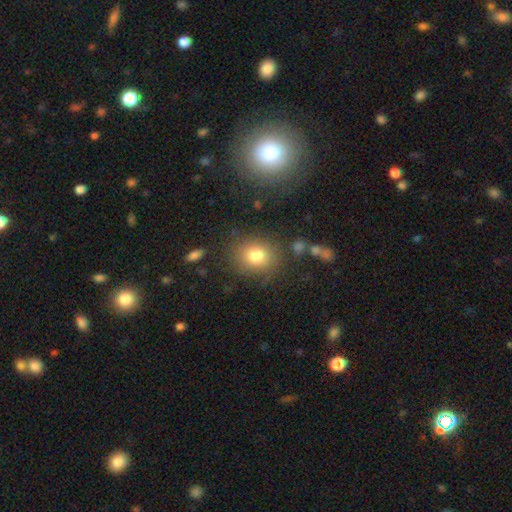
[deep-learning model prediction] The model was most divided on "how rounded": round: 70%, in between: 29%, cigar-shaped: 1%. More confident: merging — none (81%); smooth or featured — smooth (79%).